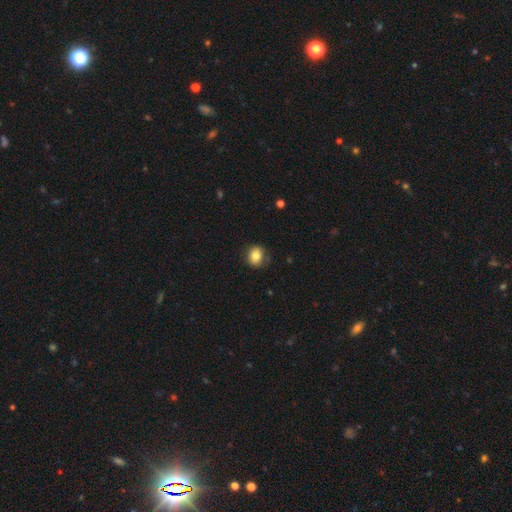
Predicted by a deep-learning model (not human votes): smooth-or-featured: smooth: 80% | featured or disk: 10% | star or artifact: 9%
  how-rounded: round: 61% | in between: 38% | cigar-shaped: 1%
  merging: none: 76% | minor disturbance: 18% | major disturbance: 5% | merger: 1%